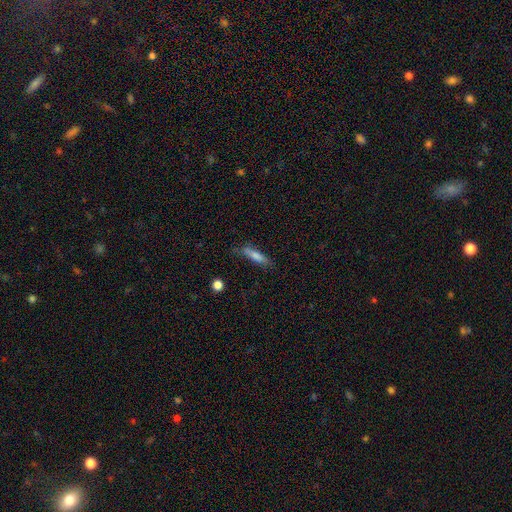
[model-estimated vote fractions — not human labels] smooth-or-featured: smooth: 75% | featured or disk: 18% | star or artifact: 7%
  how-rounded: cigar-shaped: 78% | in between: 21% | round: 2%
  merging: none: 71% | minor disturbance: 21% | major disturbance: 5% | merger: 2%